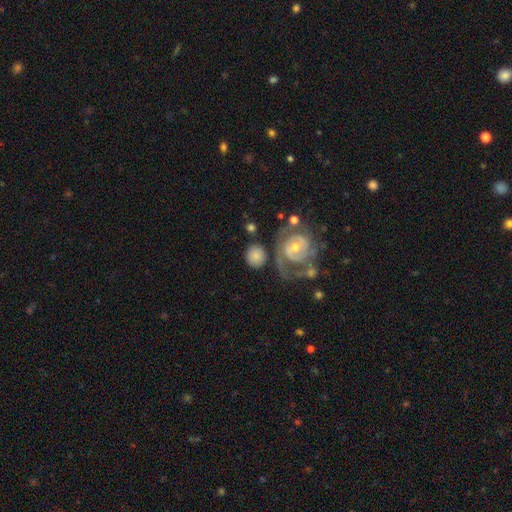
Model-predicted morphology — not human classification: Overall: smooth (65%; featured or disk 29%). How rounded: round (80%). Merging: none (60%).